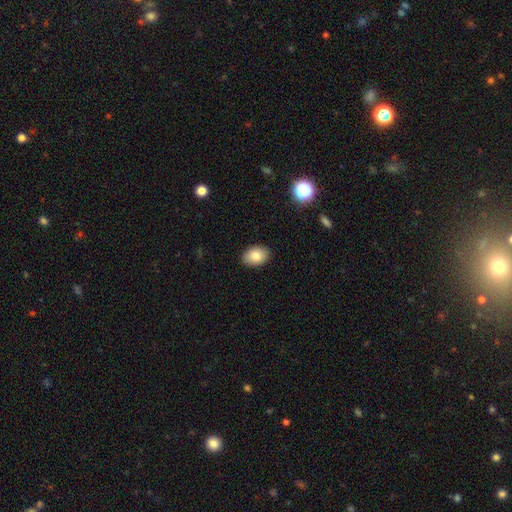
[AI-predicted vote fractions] This is clearly a smooth galaxy (83%). How rounded: likely in between (79%). Merging: clearly none (89%).